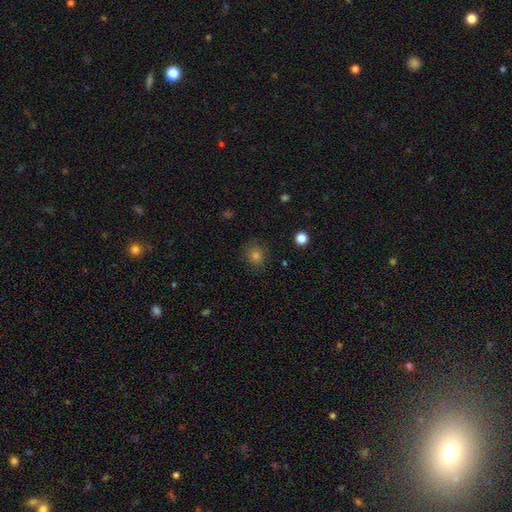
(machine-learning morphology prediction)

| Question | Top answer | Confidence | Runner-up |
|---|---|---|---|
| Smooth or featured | smooth | 77% | star or artifact (17%) |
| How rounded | round | 83% | in between (16%) |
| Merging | none | 85% | minor disturbance (11%) |